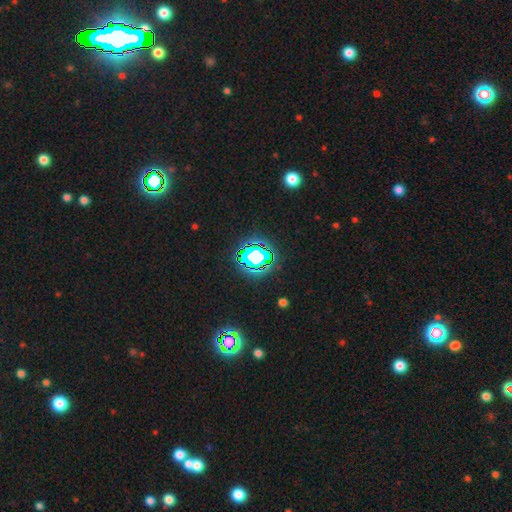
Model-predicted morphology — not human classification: smooth_or_featured: star or artifact (p=0.66) [alt: smooth p=0.21]